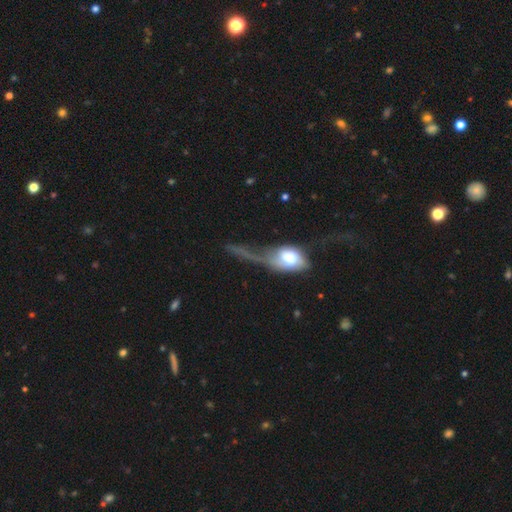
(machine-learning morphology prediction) type=featured or disk (58%); edge-on=no (71%); merging=major disturbance (48%).